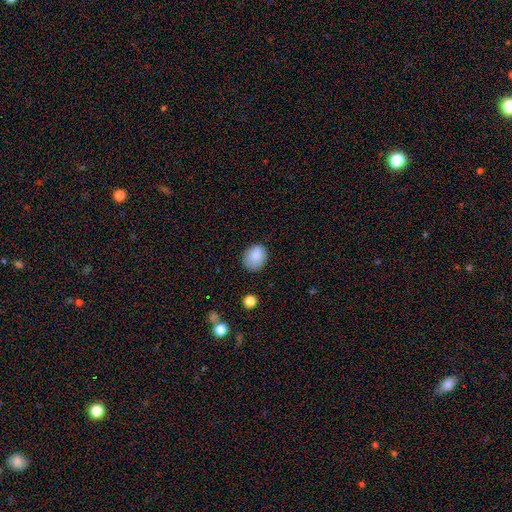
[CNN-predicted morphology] A smooth galaxy with no disk features (87%) that is in between round and cigar-shaped (53%).

Vote fractions:
- Smooth or featured? smooth: 87% / star or artifact: 9% / featured or disk: 4%
- How rounded? in between: 53% / round: 46% / cigar-shaped: 1%
- Merging? none: 75% / minor disturbance: 19% / major disturbance: 4% / merger: 2%